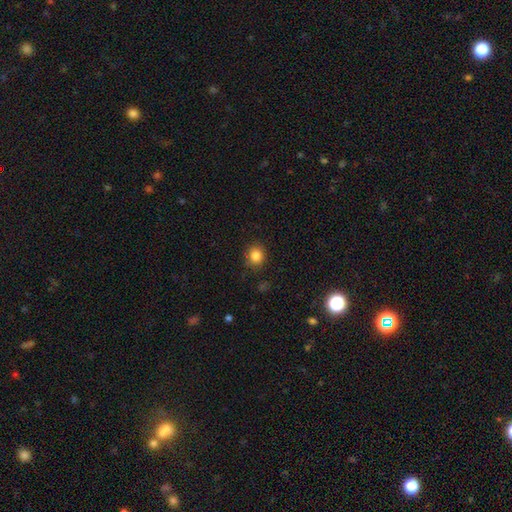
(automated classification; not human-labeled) A smooth galaxy with no disk features (84%) that is round (82%).

Vote fractions:
- Smooth or featured? smooth: 84% / star or artifact: 11% / featured or disk: 5%
- How rounded? round: 82% / in between: 17% / cigar-shaped: 1%
- Merging? none: 86% / minor disturbance: 10% / major disturbance: 3% / merger: 1%